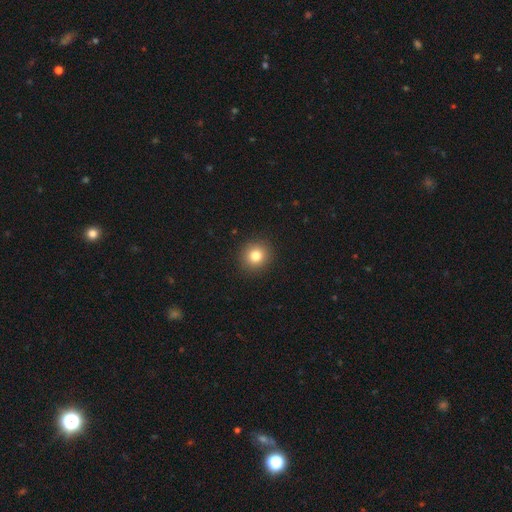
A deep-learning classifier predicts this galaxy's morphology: Q: Smooth or featured?
A: smooth (80%); runner-up: star or artifact (12%)
Q: How rounded?
A: round (90%); runner-up: in between (9%)
Q: Merging?
A: none (92%); runner-up: minor disturbance (5%)